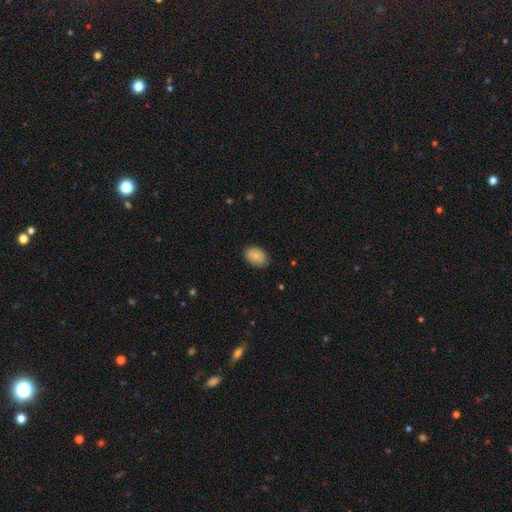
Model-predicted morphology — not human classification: Overall: smooth (85%). How rounded: in between (82%). Merging: none (85%).